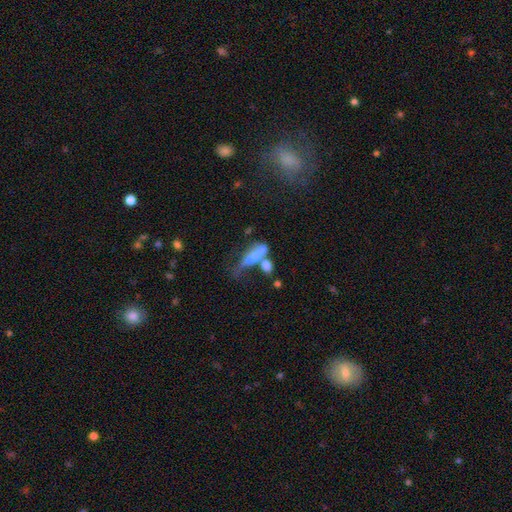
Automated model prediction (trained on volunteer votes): This is marginally a smooth galaxy (44%). Merging: possibly merger (53%).